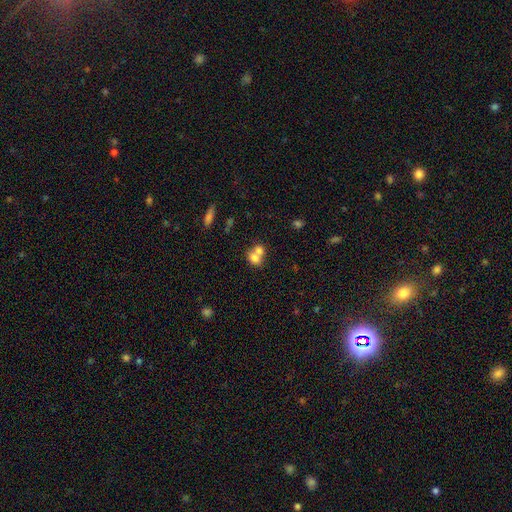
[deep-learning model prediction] This appears to be a smooth galaxy with no disk features (71%) that is round (54%). Merging: merger (66%).